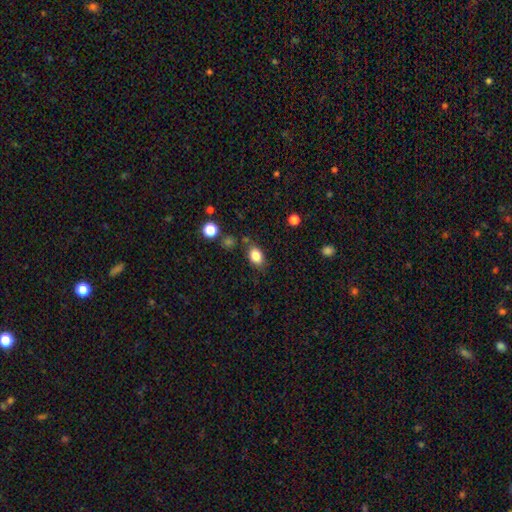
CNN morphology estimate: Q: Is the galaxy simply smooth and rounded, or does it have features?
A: smooth — 85%.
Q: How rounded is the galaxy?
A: in between — 78%.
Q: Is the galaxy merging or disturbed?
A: none — 78%.